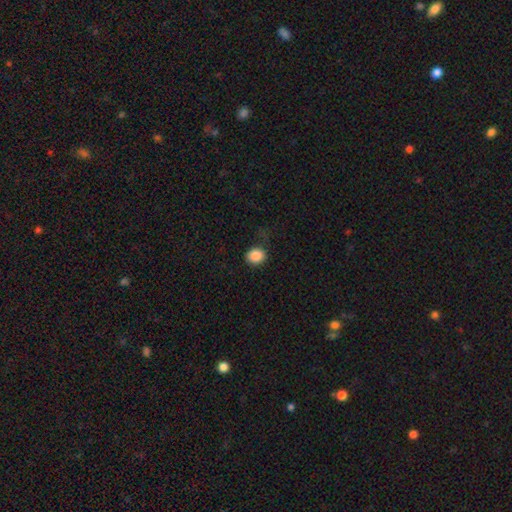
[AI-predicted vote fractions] smooth 87%, star or artifact 9%, featured or disk 4%. Down the decision tree: how rounded — round (67%); merging — none (78%).